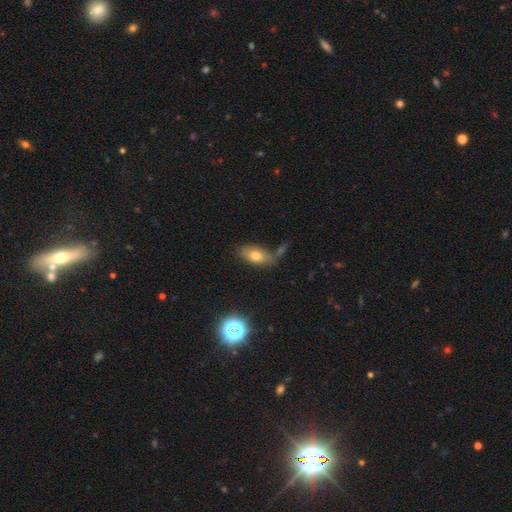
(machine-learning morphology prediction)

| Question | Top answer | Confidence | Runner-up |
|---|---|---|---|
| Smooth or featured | smooth | 72% | featured or disk (17%) |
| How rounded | in between | 87% | cigar-shaped (8%) |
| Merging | none | 56% | minor disturbance (18%) |